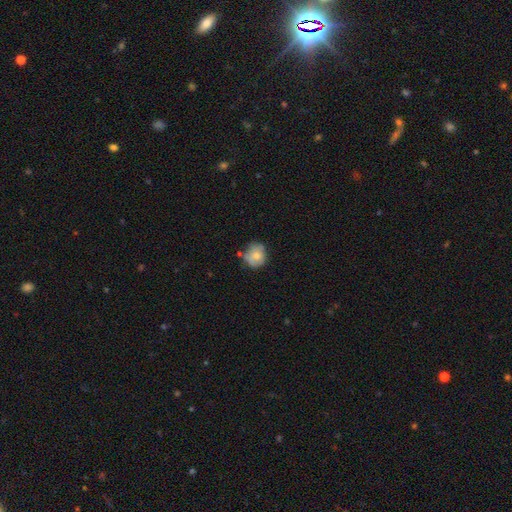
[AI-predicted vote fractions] smooth-or-featured: smooth: 68% | featured or disk: 25% | star or artifact: 8%
  how-rounded: round: 77% | in between: 23% | cigar-shaped: 1%
  merging: none: 57% | minor disturbance: 28% | major disturbance: 8% | merger: 7%